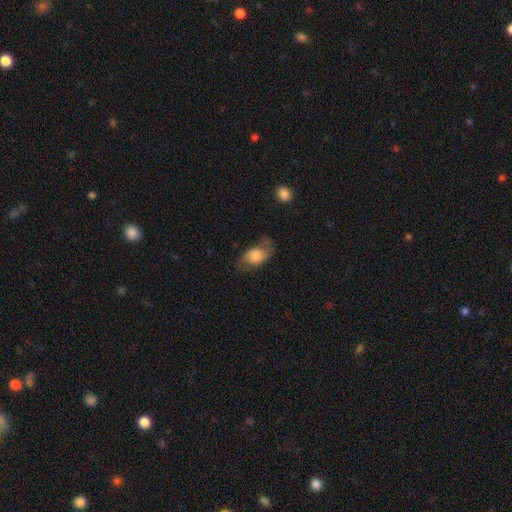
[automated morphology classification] This appears to be a smooth galaxy with no disk features (61%) that is in between round and cigar-shaped (84%). Merging: none (49%).